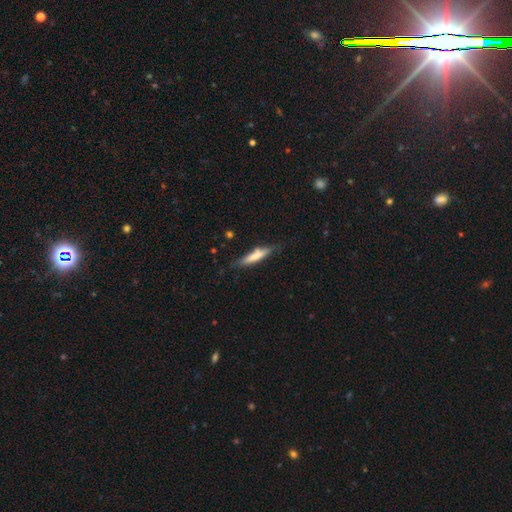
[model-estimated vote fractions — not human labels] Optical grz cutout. It shows a smooth galaxy with no disk features (67%) that is cigar-shaped (85%). Merging: none (73%).